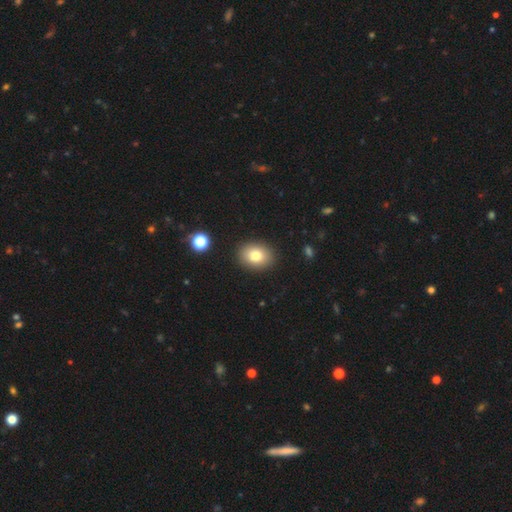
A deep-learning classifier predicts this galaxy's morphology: smooth_or_featured: smooth (p=0.79) [alt: star or artifact p=0.10]
how_rounded: in between (p=0.59) [alt: round p=0.40]
merging: none (p=0.89) [alt: minor disturbance p=0.07]